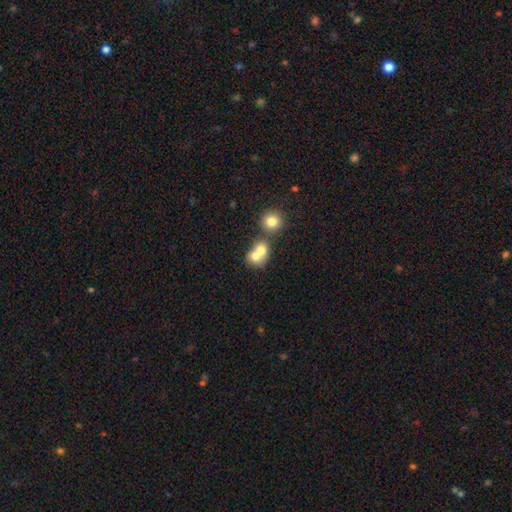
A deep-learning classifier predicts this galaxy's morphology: Overall: smooth (71%). How rounded: round (71%). Merging: merger (65%; none 27%).